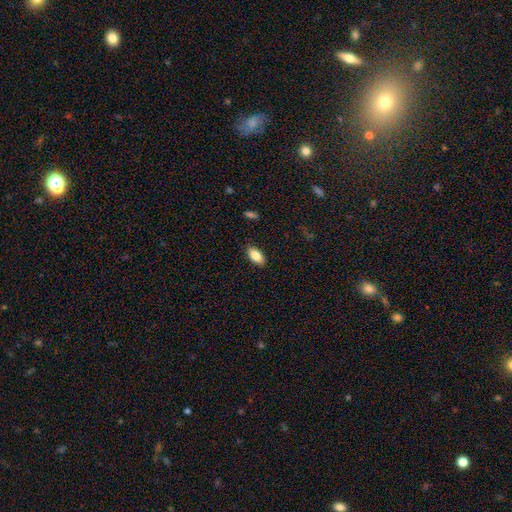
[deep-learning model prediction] Smooth or featured: smooth — 82% (featured or disk — 11%)
How rounded: in between — 91% (cigar-shaped — 6%)
Merging: none — 87% (minor disturbance — 10%)